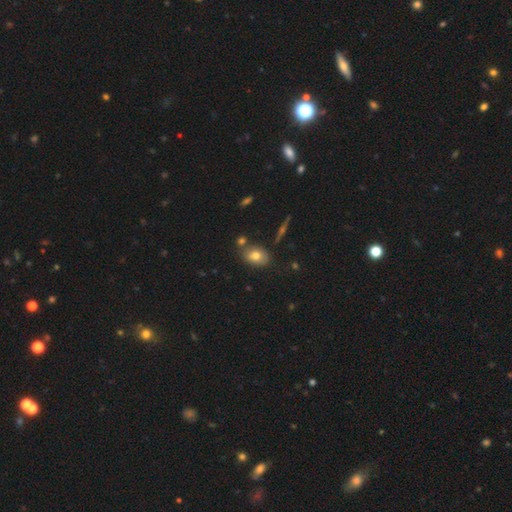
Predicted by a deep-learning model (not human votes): A smooth galaxy with no disk features (75%) that is in between round and cigar-shaped (80%).

Vote fractions:
- Smooth or featured? smooth: 75% / featured or disk: 16% / star or artifact: 9%
- How rounded? in between: 80% / round: 18% / cigar-shaped: 2%
- Merging? none: 73% / minor disturbance: 14% / merger: 10% / major disturbance: 3%